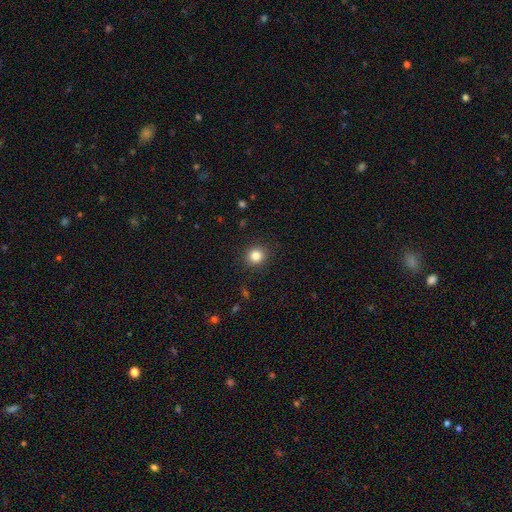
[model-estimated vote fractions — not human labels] Morphology: type=smooth (83%); roundness=round (89%); merging=none (91%).